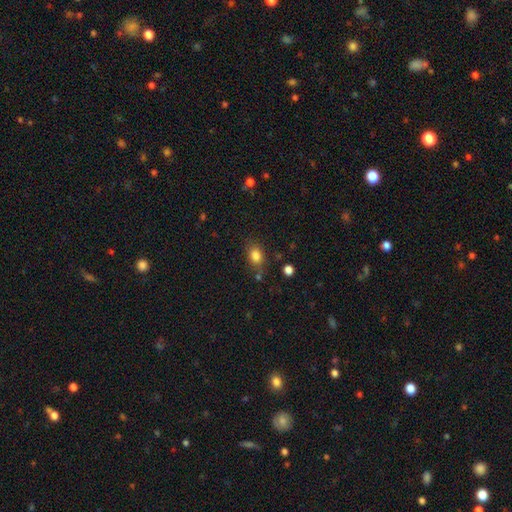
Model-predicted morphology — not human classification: This appears to be a smooth galaxy with no disk features (83%) that is in between round and cigar-shaped (69%). Merging: none (75%).